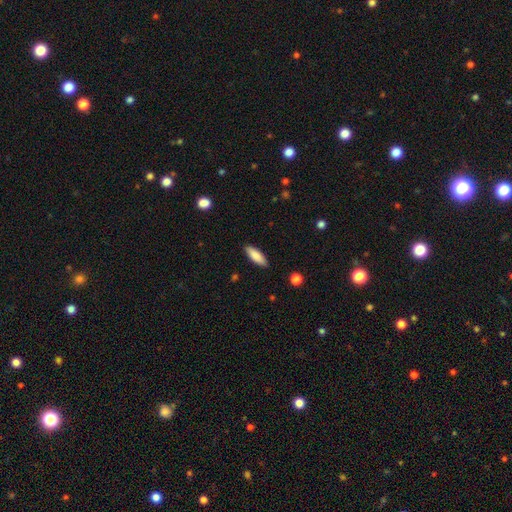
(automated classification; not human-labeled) Smooth or featured? smooth (84%)
How rounded? in between (56%)
Merging? none (89%)